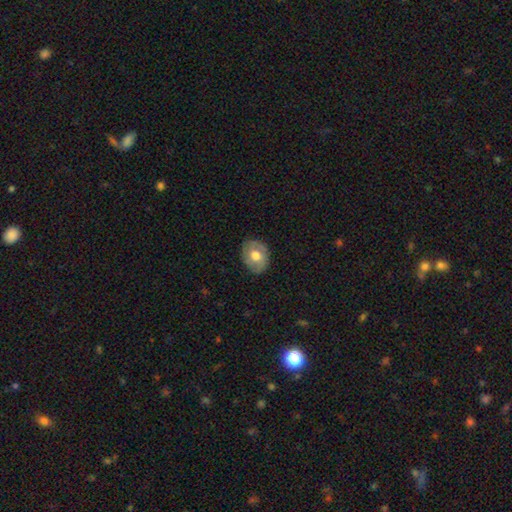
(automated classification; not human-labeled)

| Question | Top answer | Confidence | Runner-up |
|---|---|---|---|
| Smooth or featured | smooth | 58% | featured or disk (35%) |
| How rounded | in between | 55% | round (44%) |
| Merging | none | 79% | minor disturbance (17%) |